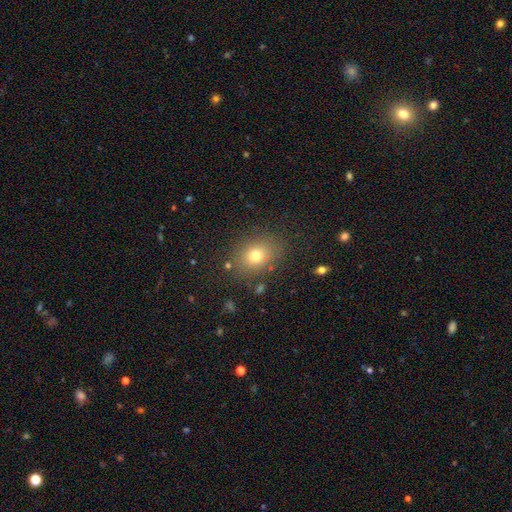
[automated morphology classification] Smooth or featured?
  - smooth: 74% *
  - star or artifact: 14%
  - featured or disk: 12%
How rounded?
  - in between: 58% *
  - round: 41%
  - cigar-shaped: 1%
Merging?
  - none: 81% *
  - minor disturbance: 12%
  - major disturbance: 4%
  - merger: 3%